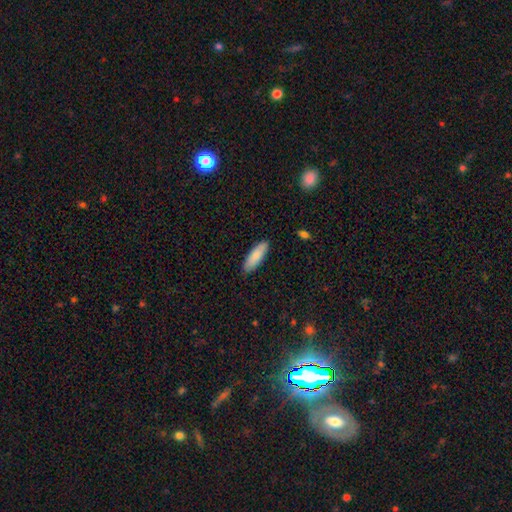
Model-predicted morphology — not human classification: Smooth or featured?
  - smooth: 86% *
  - featured or disk: 8%
  - star or artifact: 5%
How rounded?
  - cigar-shaped: 51% *
  - in between: 48%
  - round: 1%
Merging?
  - none: 88% *
  - minor disturbance: 9%
  - major disturbance: 2%
  - merger: 1%